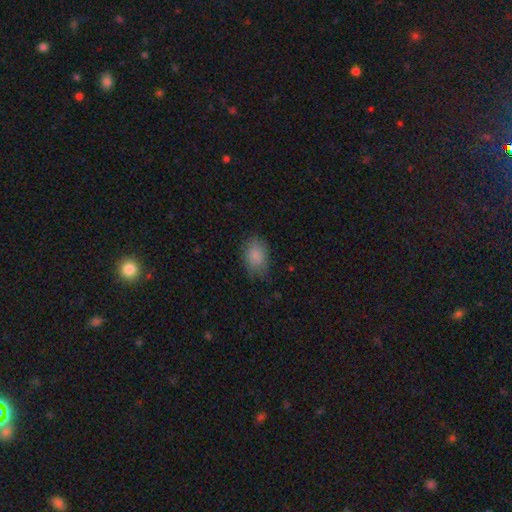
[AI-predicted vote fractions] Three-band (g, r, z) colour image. It shows a smooth galaxy with no disk features (85%) that is in between round and cigar-shaped (84%). Merging: none (70%).